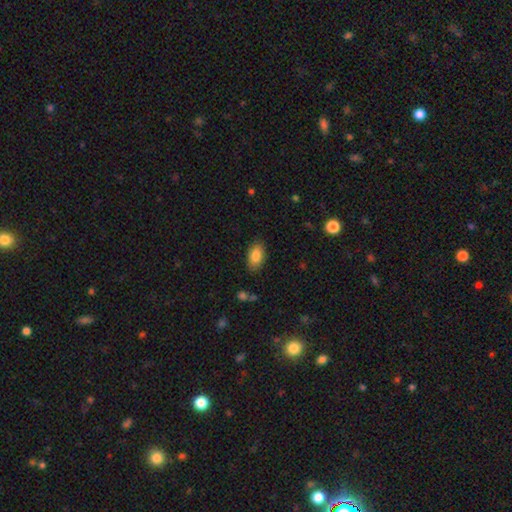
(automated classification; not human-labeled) A smooth galaxy with no disk features (84%) that is in between round and cigar-shaped (92%).

Vote fractions:
- Smooth or featured? smooth: 84% / featured or disk: 9% / star or artifact: 7%
- How rounded? in between: 92% / round: 5% / cigar-shaped: 3%
- Merging? none: 85% / minor disturbance: 11% / major disturbance: 3% / merger: 1%